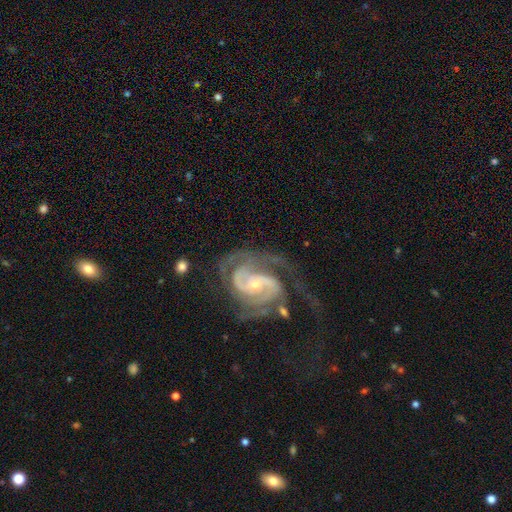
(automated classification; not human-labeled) smooth_or_featured: featured or disk (p=0.84) [alt: star or artifact p=0.10]
disk_edge_on: no (p=0.97) [alt: yes p=0.03]
bar: weak (p=0.45) [alt: no p=0.31]
has_spiral_arms: yes (p=0.95) [alt: no p=0.05]
spiral_winding: tight (p=0.44) [alt: medium p=0.42]
spiral_arm_count: 2 (p=0.49) [alt: can't tell p=0.17]
bulge_size: small (p=0.55) [alt: moderate p=0.36]
merging: none (p=0.55) [alt: major disturbance p=0.24]